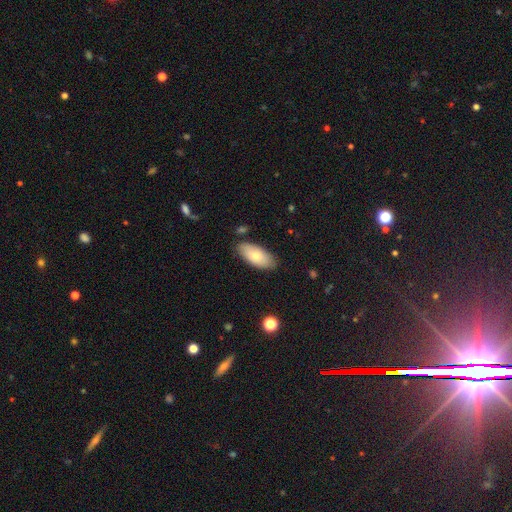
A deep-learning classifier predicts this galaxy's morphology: A smooth galaxy with no disk features (72%) that is in between round and cigar-shaped (91%).

Vote fractions:
- Smooth or featured? smooth: 72% / featured or disk: 21% / star or artifact: 6%
- How rounded? in between: 91% / cigar-shaped: 7% / round: 2%
- Merging? none: 82% / minor disturbance: 13% / major disturbance: 3% / merger: 2%